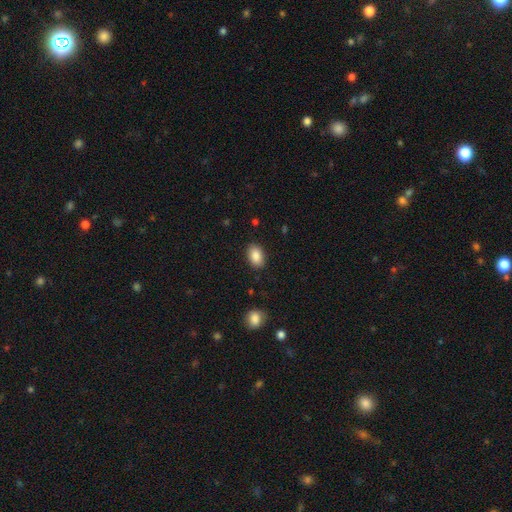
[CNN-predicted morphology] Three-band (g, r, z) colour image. It shows a smooth galaxy with no disk features (87%) that is in between round and cigar-shaped (87%). Merging: none (87%).